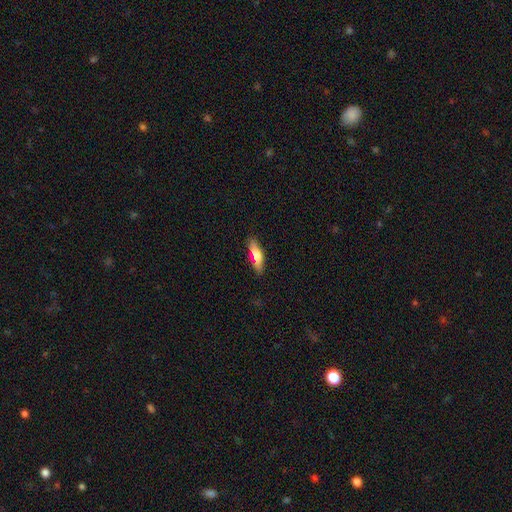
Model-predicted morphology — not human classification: The model was most divided on "how rounded": cigar-shaped: 64%, in between: 34%, round: 2%. More confident: merging — none (84%); smooth or featured — smooth (68%).